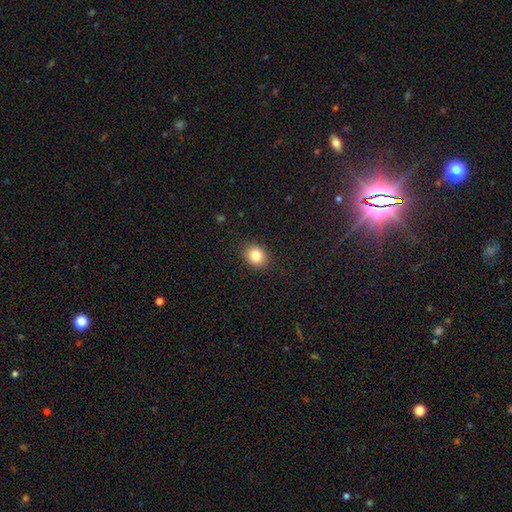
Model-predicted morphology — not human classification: Overall: smooth (82%). How rounded: round (65%; in between 34%). Merging: none (90%).